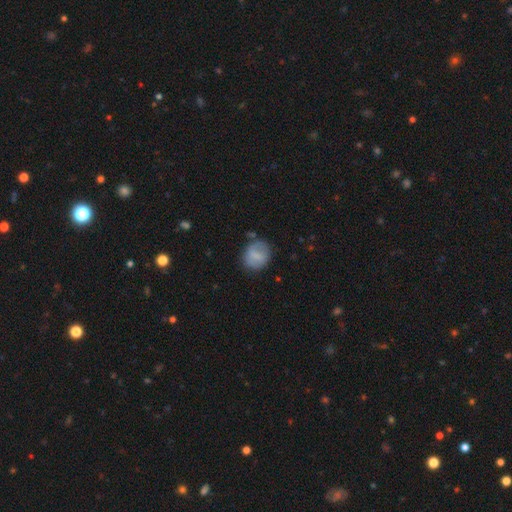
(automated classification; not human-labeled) A smooth galaxy with no disk features (70%) that is round (66%).

Vote fractions:
- Smooth or featured? smooth: 70% / featured or disk: 22% / star or artifact: 8%
- How rounded? round: 66% / in between: 33% / cigar-shaped: 1%
- Merging? none: 70% / minor disturbance: 20% / major disturbance: 7% / merger: 3%